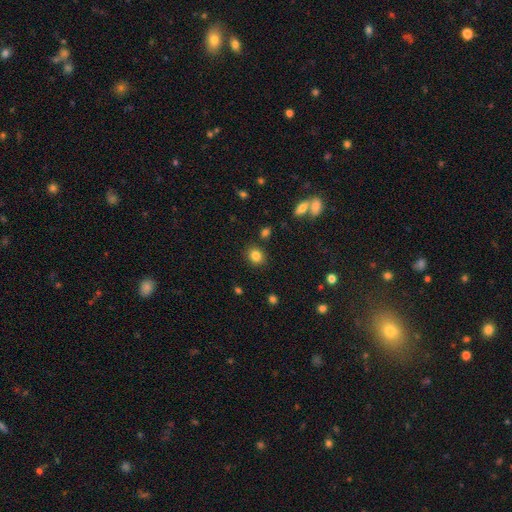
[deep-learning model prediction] Smooth or featured: smooth — 83% (star or artifact — 11%)
How rounded: round — 70% (in between — 29%)
Merging: none — 85% (minor disturbance — 8%)